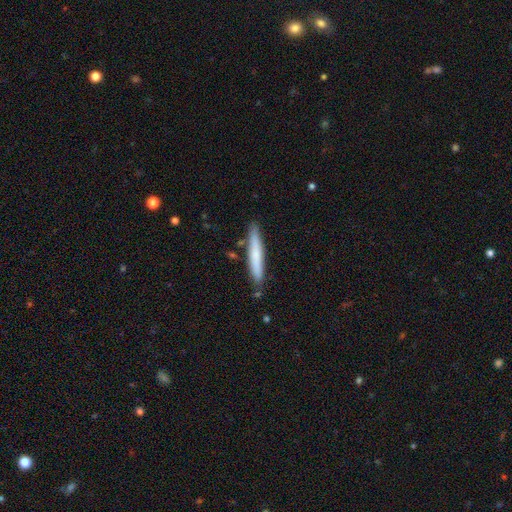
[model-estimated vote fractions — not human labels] This is likely a smooth galaxy (67%). How rounded: clearly cigar-shaped (95%). Merging: clearly none (84%).